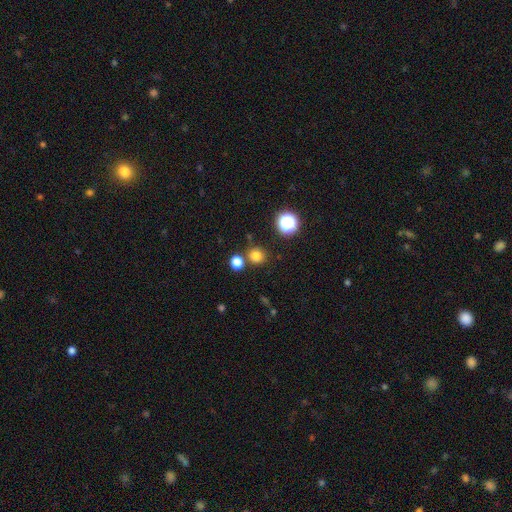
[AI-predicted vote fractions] Smooth or featured: smooth — 78% (star or artifact — 17%)
How rounded: round — 90% (in between — 9%)
Merging: none — 79% (merger — 11%)